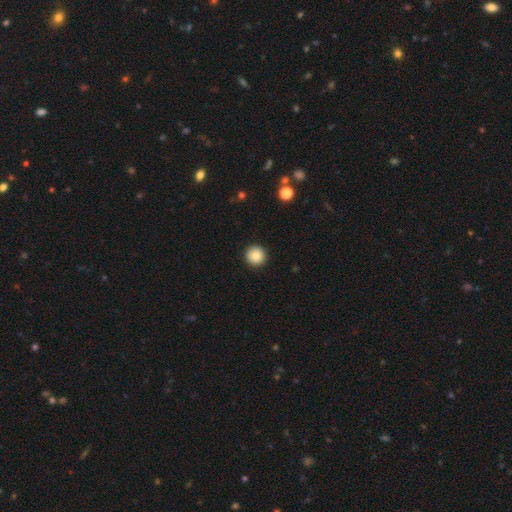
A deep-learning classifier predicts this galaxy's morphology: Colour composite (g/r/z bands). It shows a smooth galaxy with no disk features (86%) that is round (95%). Merging: none (93%).